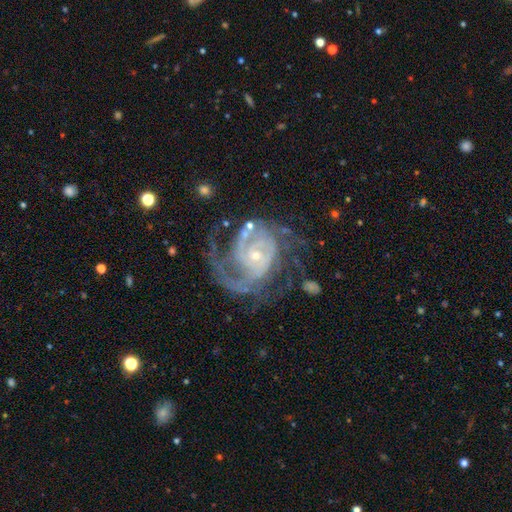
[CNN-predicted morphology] The model was most divided on "spiral winding": tight: 51%, medium: 38%, loose: 11%. Remaining: edge-on disk — no (98%); spiral arms — yes (97%); smooth or featured — featured or disk (90%); bulge size — small (73%); bar — no (67%); merging — none (56%); spiral arm count — 2 (41%).